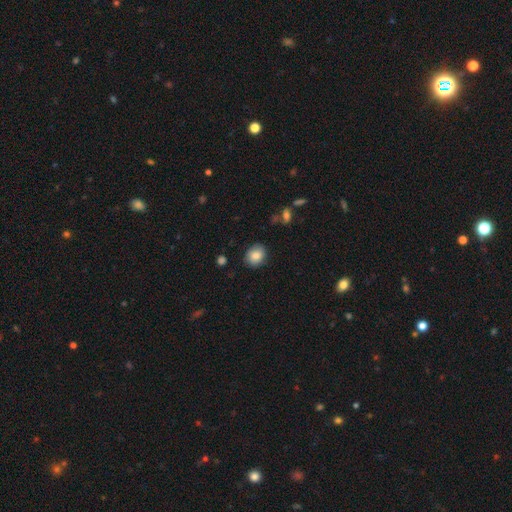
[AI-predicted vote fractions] Smooth or featured?
  - smooth: 84% *
  - star or artifact: 9%
  - featured or disk: 8%
How rounded?
  - round: 58% *
  - in between: 41%
  - cigar-shaped: 1%
Merging?
  - none: 84% *
  - minor disturbance: 12%
  - major disturbance: 2%
  - merger: 1%